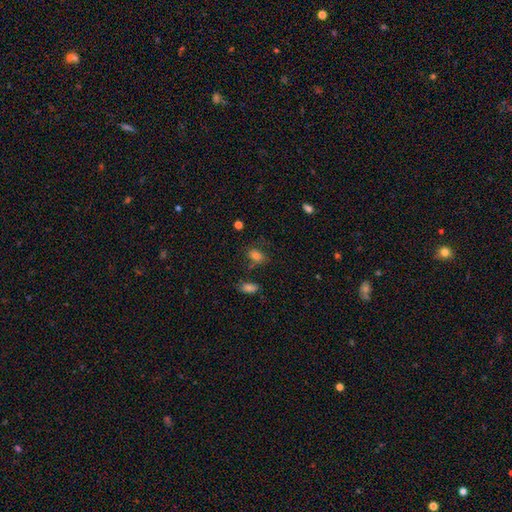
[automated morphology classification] This is likely a smooth galaxy (76%). How rounded: likely in between (75%). Merging: likely none (66%).